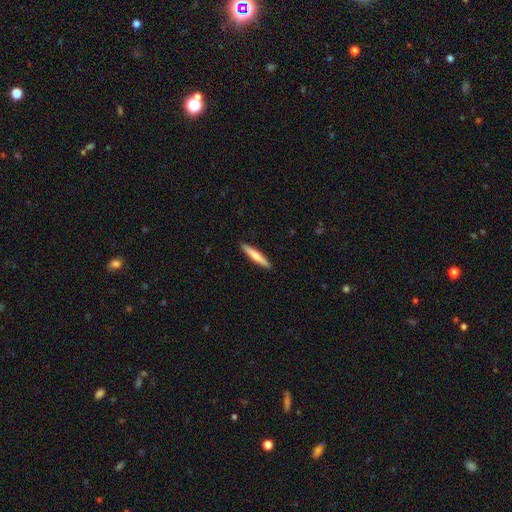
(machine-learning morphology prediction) Smooth or featured: smooth — 69% (featured or disk — 26%)
How rounded: cigar-shaped — 92% (in between — 6%)
Merging: none — 92% (minor disturbance — 6%)